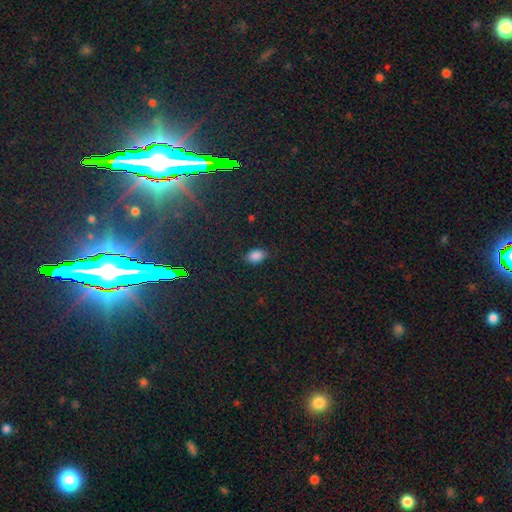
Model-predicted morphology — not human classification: Overall: smooth (85%). How rounded: in between (88%). Merging: none (84%).